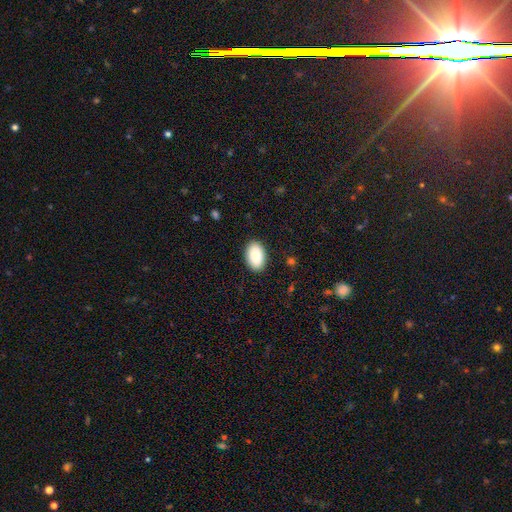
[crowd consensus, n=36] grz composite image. It shows a smooth galaxy with no disk features (100%) that is in between round and cigar-shaped (94%). Merging: none (92%).